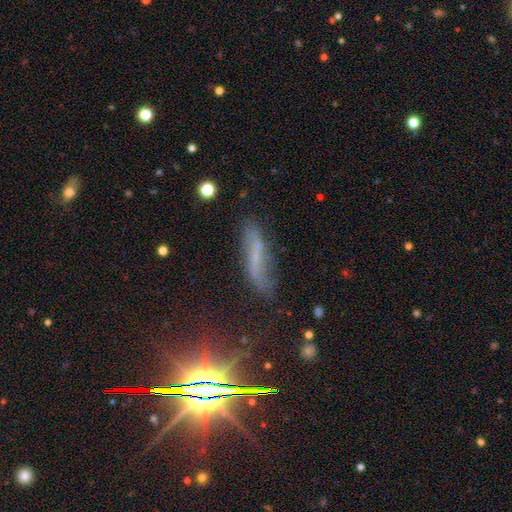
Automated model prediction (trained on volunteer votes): smooth_or_featured: featured or disk (p=0.40) [alt: smooth p=0.37]
merging: none (p=0.60) [alt: minor disturbance p=0.26]